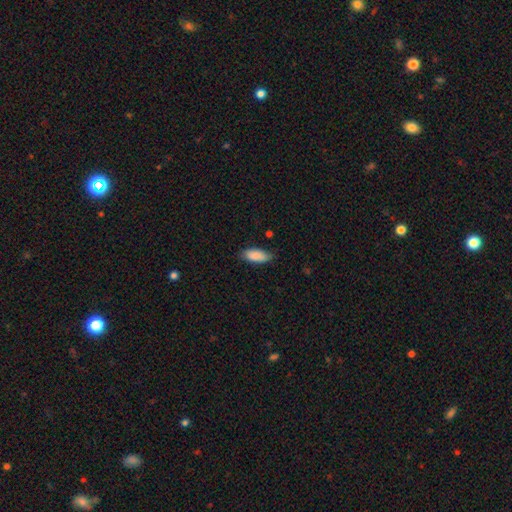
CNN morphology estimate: Smooth or featured? Predicted: smooth (p=0.89). How rounded? Predicted: in between (p=0.81). Merging? Predicted: none (p=0.77).